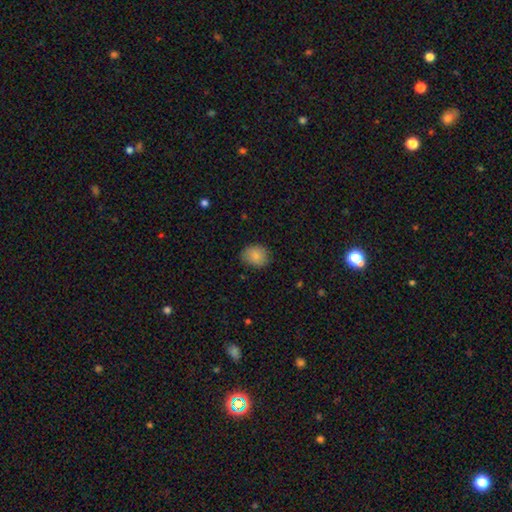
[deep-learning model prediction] smooth_or_featured: smooth (p=0.85) [alt: star or artifact p=0.08]
how_rounded: round (p=0.54) [alt: in between p=0.45]
merging: none (p=0.80) [alt: minor disturbance p=0.15]